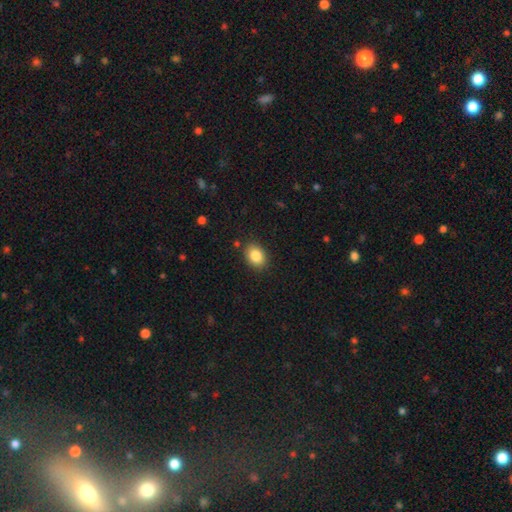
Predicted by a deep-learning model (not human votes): This appears to be a smooth galaxy with no disk features (85%) that is in between round and cigar-shaped (66%). Merging: none (86%).